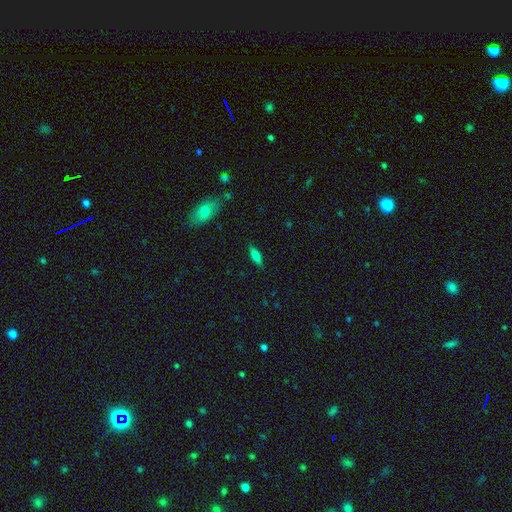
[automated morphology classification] Q: Smooth or featured?
A: smooth (66%); runner-up: featured or disk (26%)
Q: How rounded?
A: in between (50%); runner-up: cigar-shaped (48%)
Q: Merging?
A: none (87%); runner-up: minor disturbance (10%)